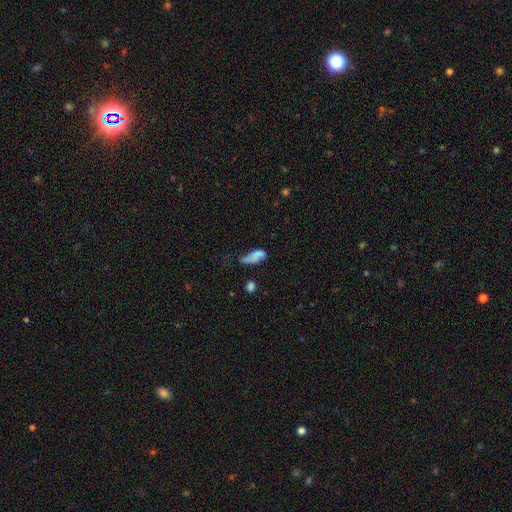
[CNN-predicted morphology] This is likely a smooth galaxy (68%). How rounded: likely in between (75%). Merging: marginally minor disturbance (32%).